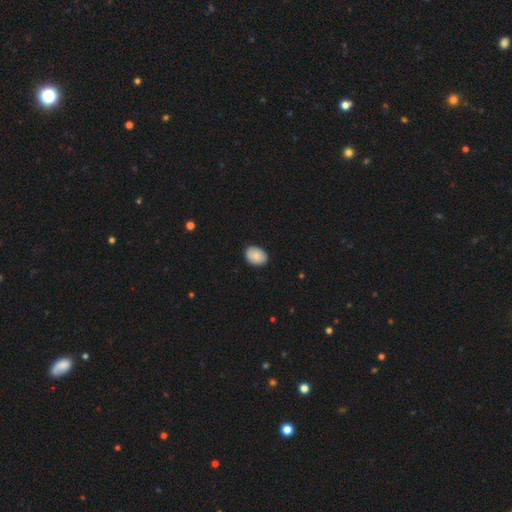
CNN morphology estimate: This is clearly a smooth galaxy (86%). How rounded: likely in between (77%). Merging: clearly none (85%).